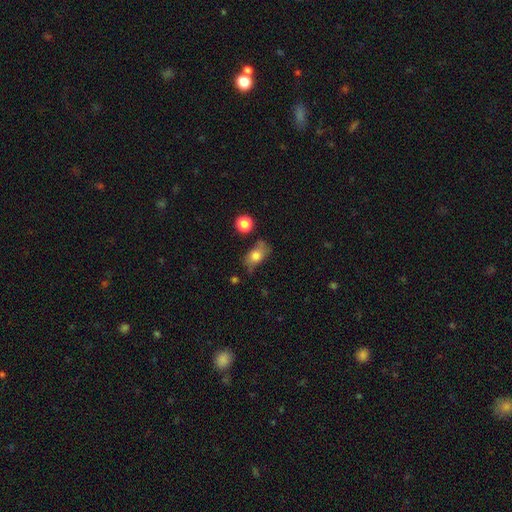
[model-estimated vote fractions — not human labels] Q: Smooth or featured?
A: smooth (67%); runner-up: featured or disk (23%)
Q: How rounded?
A: in between (79%); runner-up: round (17%)
Q: Merging?
A: none (54%); runner-up: minor disturbance (28%)